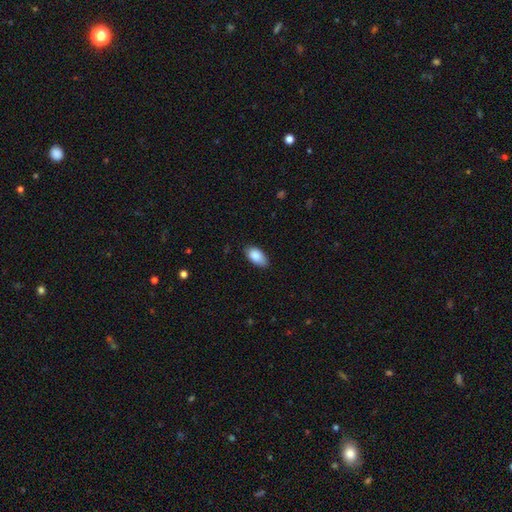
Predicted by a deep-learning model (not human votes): smooth 88%, star or artifact 7%, featured or disk 6%. Down the decision tree: how rounded — in between (94%); merging — none (74%).